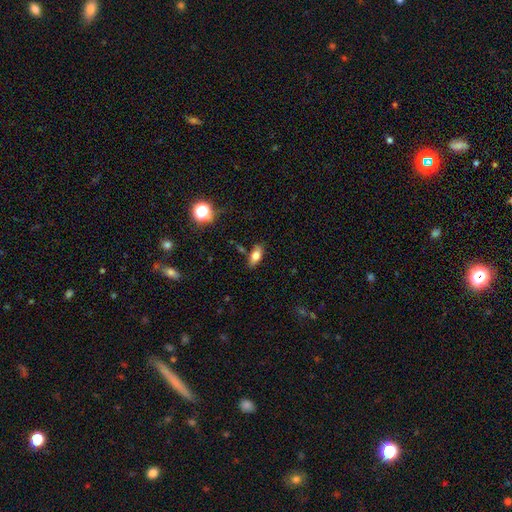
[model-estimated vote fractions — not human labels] Overall: smooth (71%). How rounded: in between (81%). Merging: none (77%).